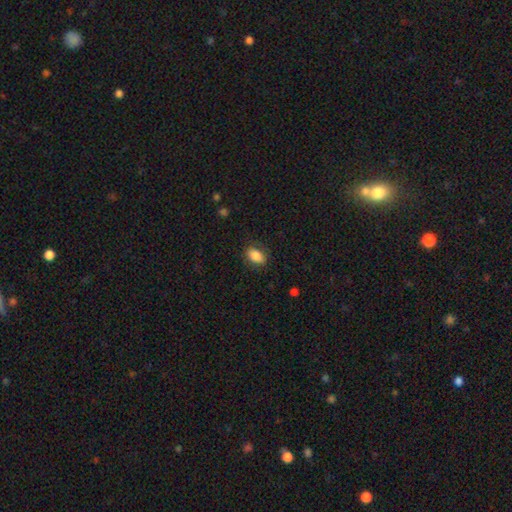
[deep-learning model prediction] The model was most divided on "merging": none: 81%, minor disturbance: 14%, major disturbance: 4%, merger: 1%. More confident: smooth or featured — smooth (86%); how rounded — in between (85%).